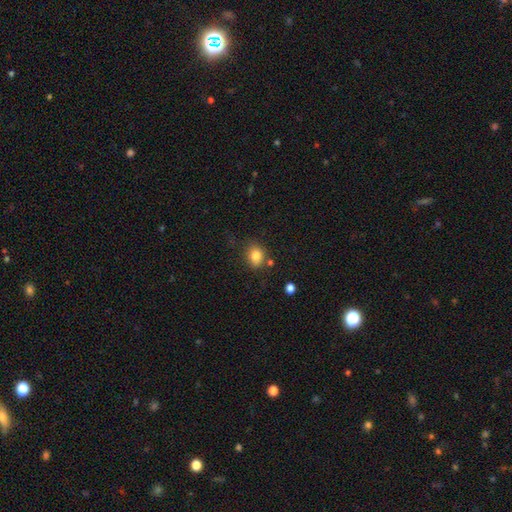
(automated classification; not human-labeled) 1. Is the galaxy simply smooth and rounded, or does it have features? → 82% smooth, 11% star or artifact, 7% featured or disk.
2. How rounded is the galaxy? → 58% round, 41% in between, 1% cigar-shaped.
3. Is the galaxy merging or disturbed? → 69% none, 18% minor disturbance, 7% merger, 5% major disturbance.